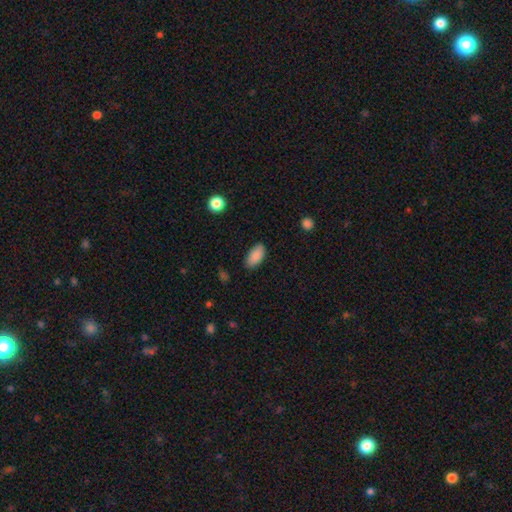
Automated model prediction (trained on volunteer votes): A smooth galaxy with no disk features (88%) that is in between round and cigar-shaped (93%).

Vote fractions:
- Smooth or featured? smooth: 88% / star or artifact: 7% / featured or disk: 4%
- How rounded? in between: 93% / cigar-shaped: 4% / round: 3%
- Merging? none: 86% / minor disturbance: 11% / major disturbance: 3% / merger: 1%